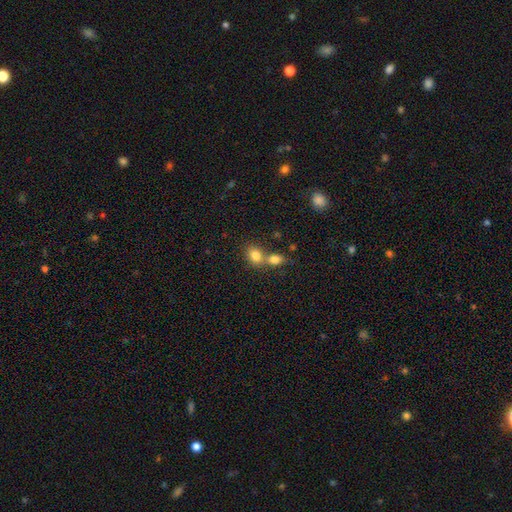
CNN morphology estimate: A smooth galaxy with no disk features (81%) that is in between round and cigar-shaped (59%). Merging: merger (55%).